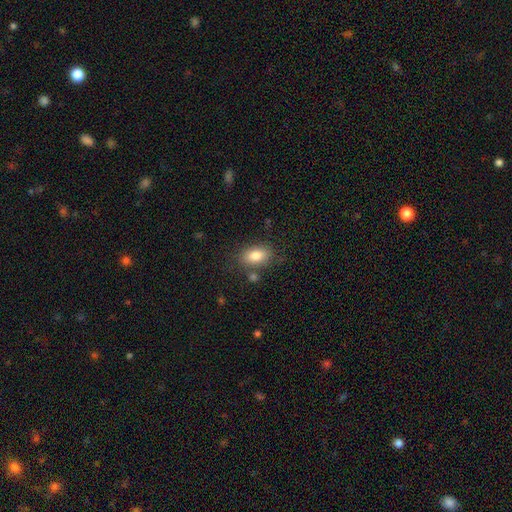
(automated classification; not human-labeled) Overall: smooth (82%). How rounded: in between (87%). Merging: none (78%).